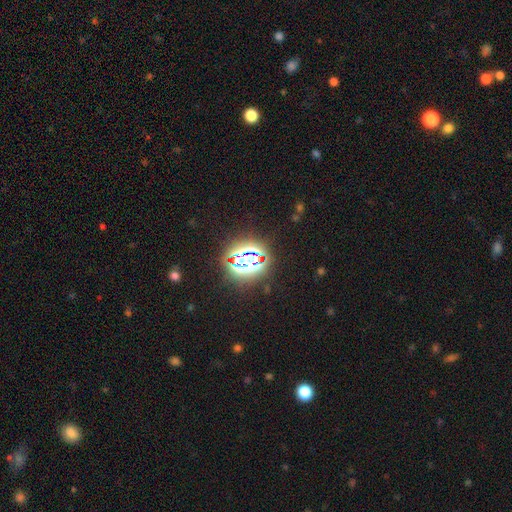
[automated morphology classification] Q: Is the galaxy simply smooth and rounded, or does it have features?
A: star or artifact — 79%.